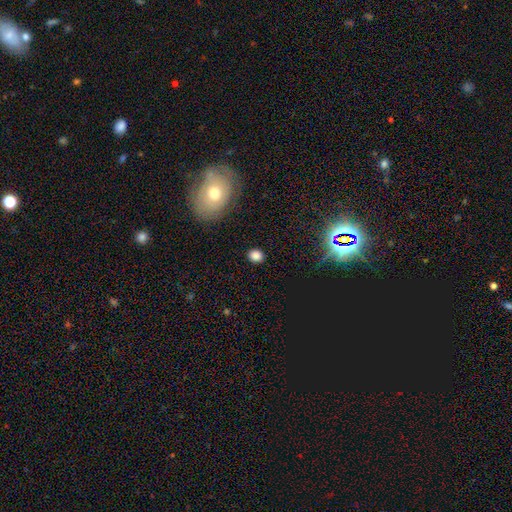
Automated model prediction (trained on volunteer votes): Smooth or featured: smooth — 82% (star or artifact — 13%)
How rounded: round — 54% (in between — 44%)
Merging: none — 88% (minor disturbance — 8%)